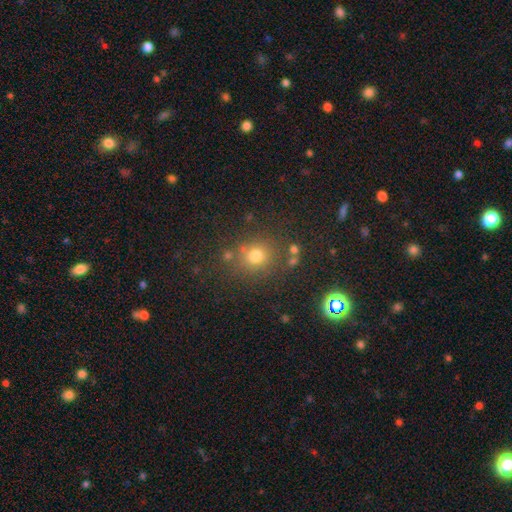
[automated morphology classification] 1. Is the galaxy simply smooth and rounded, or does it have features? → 72% smooth, 20% star or artifact, 8% featured or disk.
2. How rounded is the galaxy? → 84% round, 15% in between, 1% cigar-shaped.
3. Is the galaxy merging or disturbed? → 77% none, 11% minor disturbance, 7% merger, 4% major disturbance.